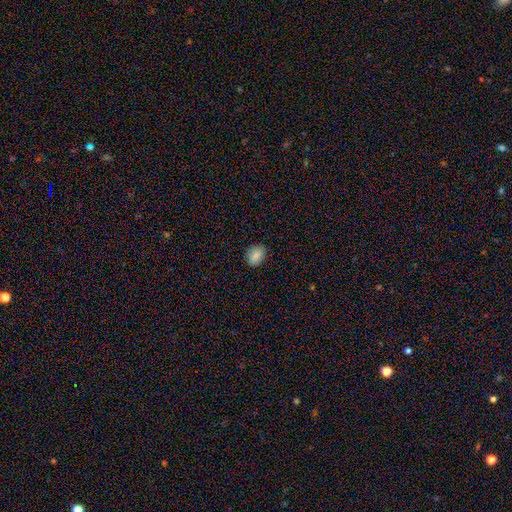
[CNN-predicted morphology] smooth_or_featured: smooth (p=0.85) [alt: star or artifact p=0.08]
how_rounded: in between (p=0.60) [alt: round p=0.39]
merging: none (p=0.84) [alt: minor disturbance p=0.12]